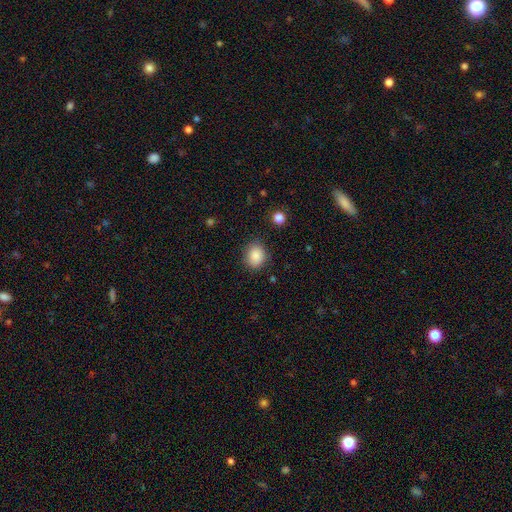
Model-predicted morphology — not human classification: Smooth or featured? smooth (87%)
How rounded? round (60%)
Merging? none (84%)